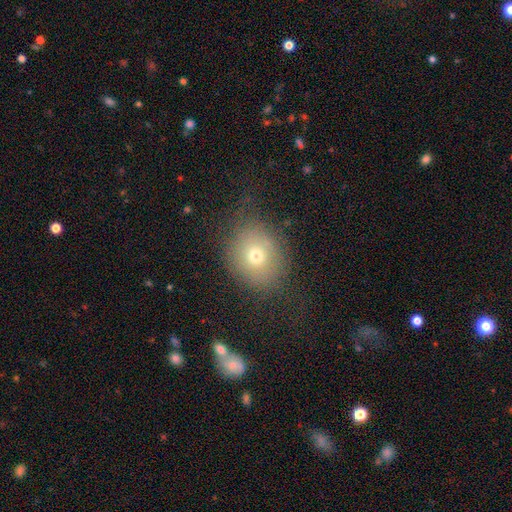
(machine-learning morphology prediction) This is likely a smooth galaxy (67%). How rounded: likely round (66%). Merging: likely none (66%).